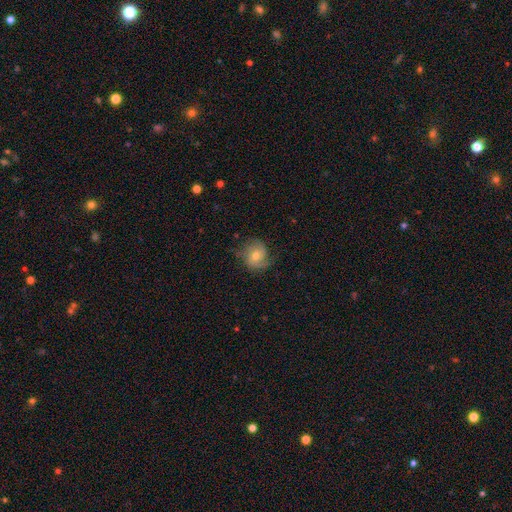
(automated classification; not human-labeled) Q: Smooth or featured?
A: featured or disk (54%); runner-up: smooth (38%)
Q: Edge-on disk?
A: no (97%); runner-up: yes (3%)
Q: Bar?
A: no (71%); runner-up: weak (24%)
Q: Spiral arms?
A: yes (86%); runner-up: no (14%)
Q: Bulge size?
A: moderate (62%); runner-up: small (32%)
Q: Merging?
A: none (63%); runner-up: minor disturbance (24%)